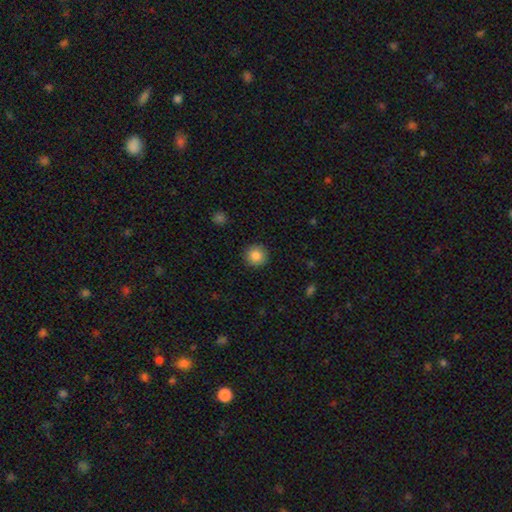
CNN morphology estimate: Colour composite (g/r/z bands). It shows a smooth galaxy with no disk features (86%) that is round (94%). Merging: none (92%).